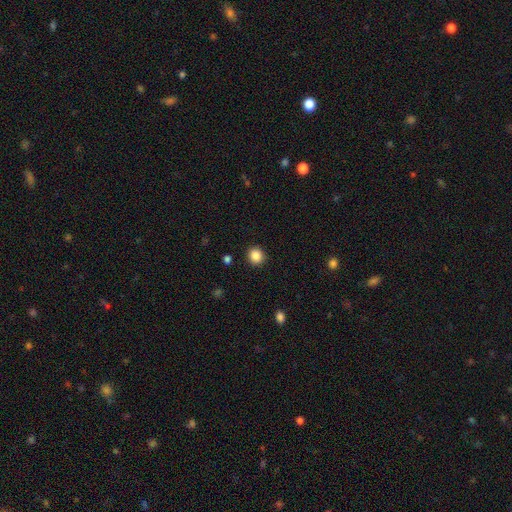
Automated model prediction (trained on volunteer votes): Smooth or featured? Predicted: smooth (p=0.87). How rounded? Predicted: round (p=0.88). Merging? Predicted: none (p=0.91).